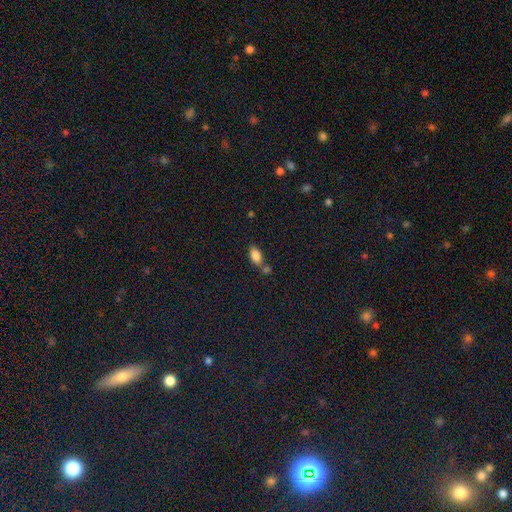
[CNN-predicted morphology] Smooth or featured? smooth (84%)
How rounded? in between (90%)
Merging? none (52%)